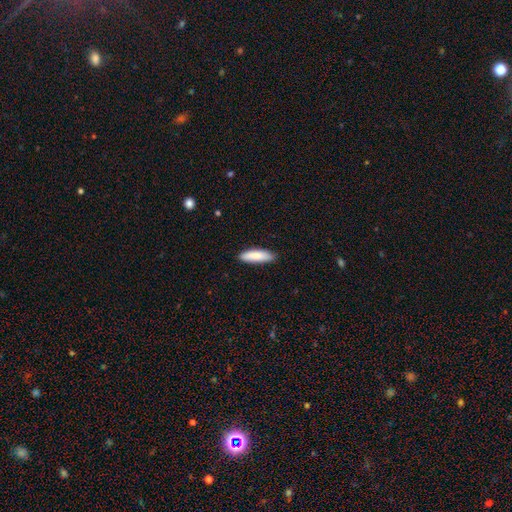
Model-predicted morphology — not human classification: Smooth or featured? Predicted: smooth (p=0.86). How rounded? Predicted: cigar-shaped (p=0.60). Merging? Predicted: none (p=0.87).